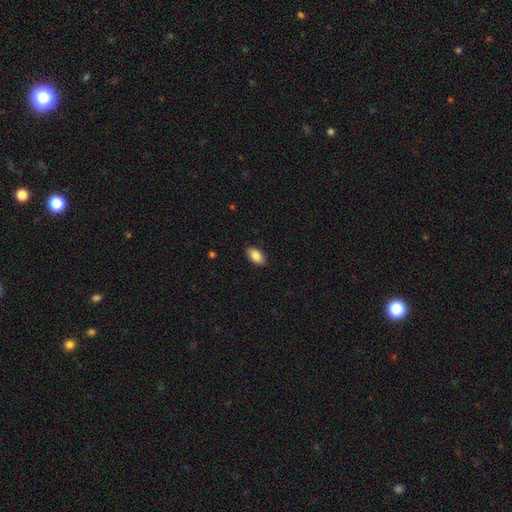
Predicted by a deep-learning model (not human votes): A smooth galaxy with no disk features (87%) that is in between round and cigar-shaped (93%). Merging: none (89%).